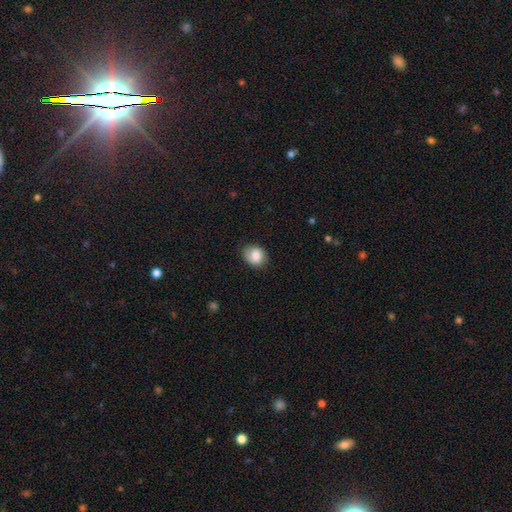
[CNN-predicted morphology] A smooth galaxy with no disk features (82%) that is round (54%).

Vote fractions:
- Smooth or featured? smooth: 82% / featured or disk: 10% / star or artifact: 8%
- How rounded? round: 54% / in between: 45% / cigar-shaped: 1%
- Merging? none: 74% / minor disturbance: 21% / major disturbance: 4% / merger: 1%